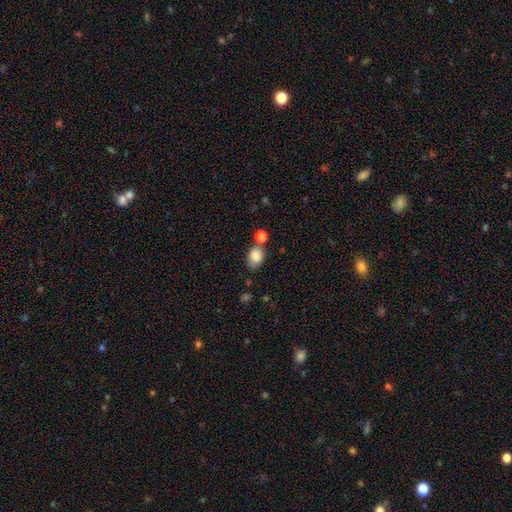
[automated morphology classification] smooth-or-featured: smooth: 85% | star or artifact: 9% | featured or disk: 6%
  how-rounded: in between: 64% | round: 35% | cigar-shaped: 1%
  merging: none: 59% | merger: 19% | minor disturbance: 17% | major disturbance: 5%